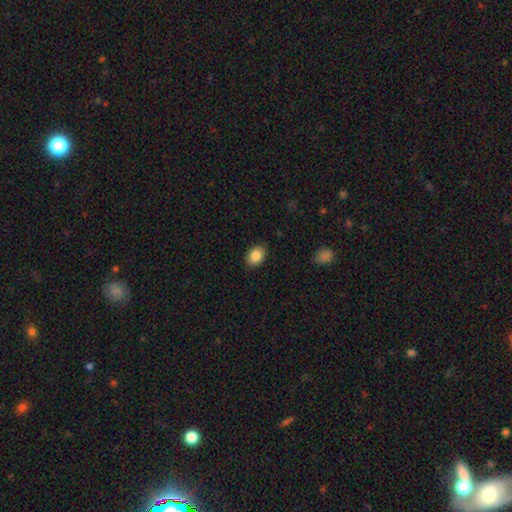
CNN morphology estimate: This is clearly a smooth galaxy (86%). How rounded: likely in between (76%). Merging: clearly none (88%).